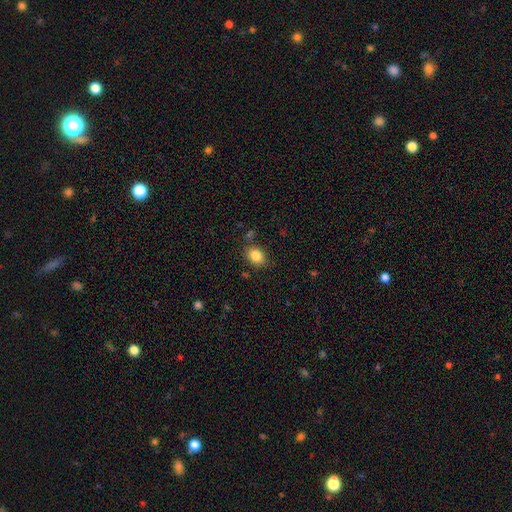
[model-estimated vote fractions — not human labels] A smooth galaxy with no disk features (85%) that is in between round and cigar-shaped (58%).

Vote fractions:
- Smooth or featured? smooth: 85% / star or artifact: 9% / featured or disk: 5%
- How rounded? in between: 58% / round: 41% / cigar-shaped: 1%
- Merging? none: 82% / minor disturbance: 12% / major disturbance: 3% / merger: 3%